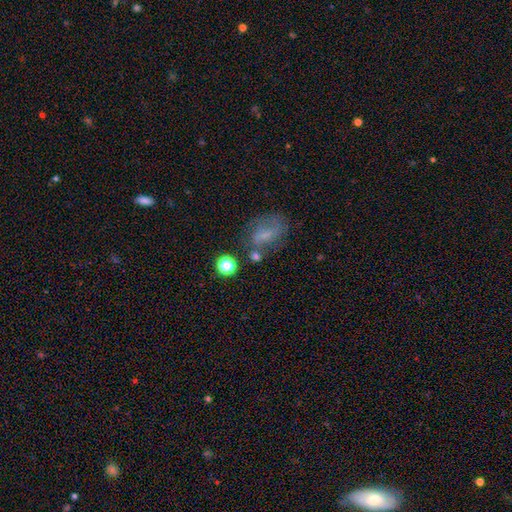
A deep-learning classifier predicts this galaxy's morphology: This appears to be a smooth galaxy with no disk features (54%) that is in between round and cigar-shaped (57%). Merging: none (51%).